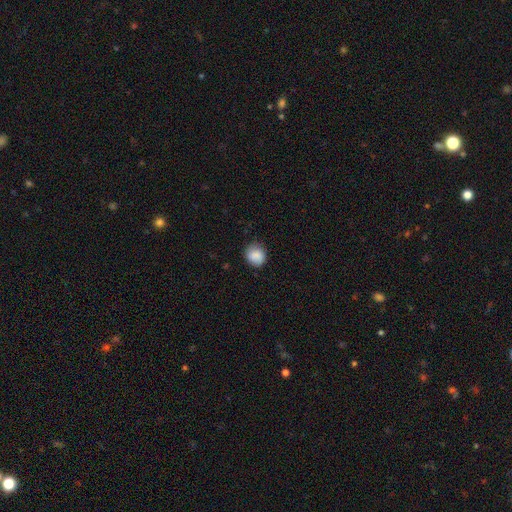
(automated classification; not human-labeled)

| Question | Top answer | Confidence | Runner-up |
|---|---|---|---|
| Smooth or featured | smooth | 87% | star or artifact (8%) |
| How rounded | round | 77% | in between (23%) |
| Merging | none | 79% | minor disturbance (17%) |